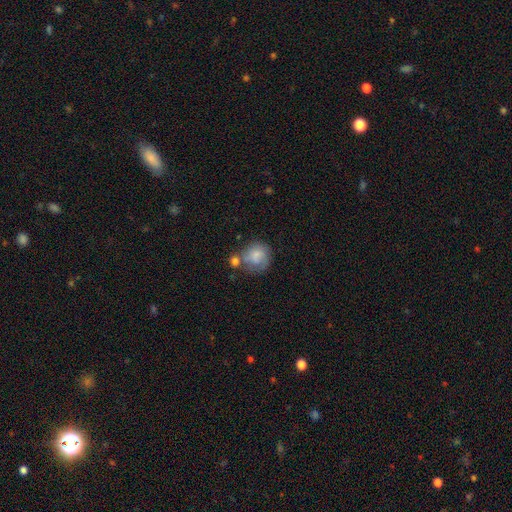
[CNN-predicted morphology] Smooth or featured: smooth — 73% (featured or disk — 19%)
How rounded: round — 79% (in between — 20%)
Merging: none — 43% (merger — 23%)